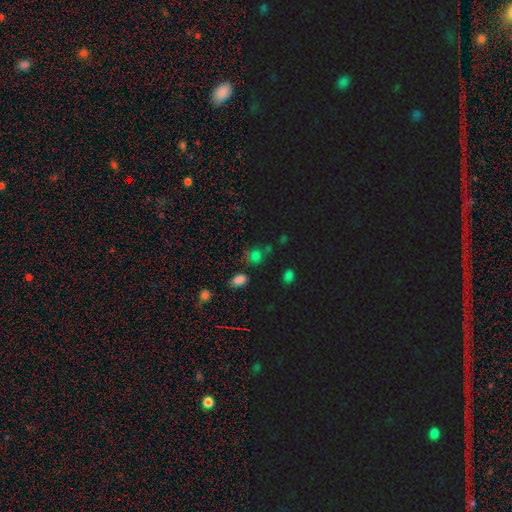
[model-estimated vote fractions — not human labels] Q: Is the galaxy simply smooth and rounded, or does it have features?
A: smooth — 59%.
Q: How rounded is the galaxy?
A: round — 70%.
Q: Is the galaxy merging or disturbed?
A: none — 62%.